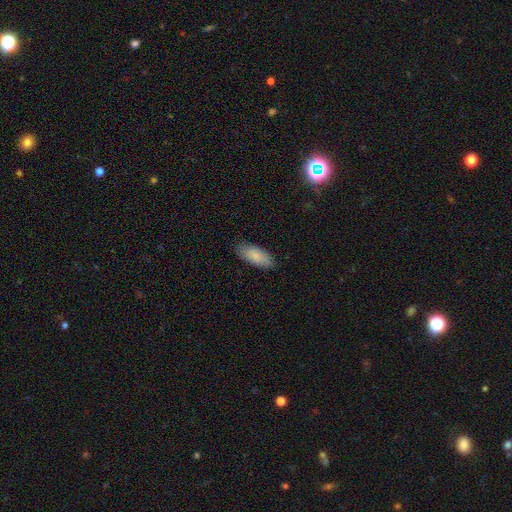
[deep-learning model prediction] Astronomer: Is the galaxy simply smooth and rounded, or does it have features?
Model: smooth — 85%.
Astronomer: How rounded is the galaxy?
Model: in between — 85%.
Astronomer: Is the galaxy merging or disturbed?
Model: none — 84%.